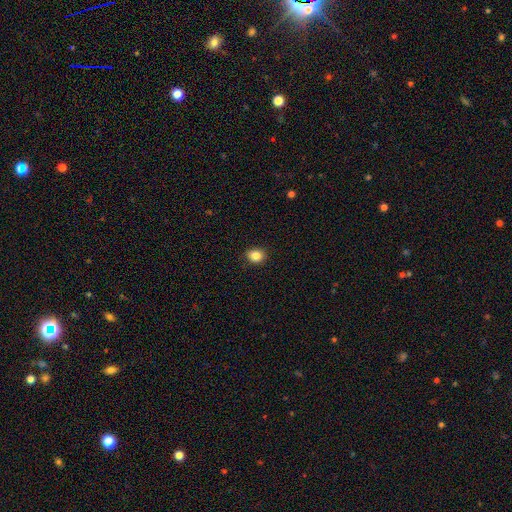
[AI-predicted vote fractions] smooth 85%, star or artifact 10%, featured or disk 5%. Down the decision tree: how rounded — round (62%); merging — none (88%).